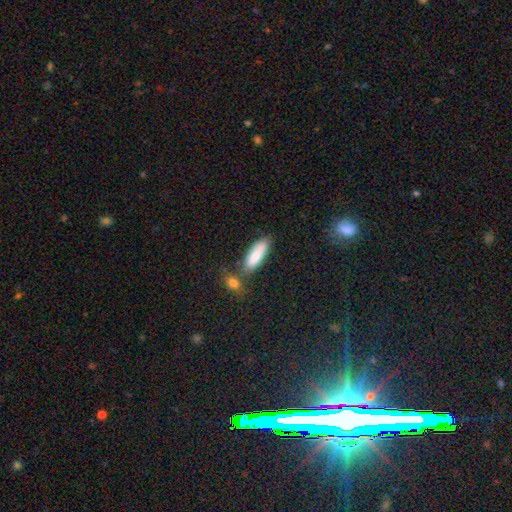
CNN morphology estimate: Smooth or featured? Predicted: smooth (p=0.83). How rounded? Predicted: in between (p=0.62). Merging? Predicted: none (p=0.57).